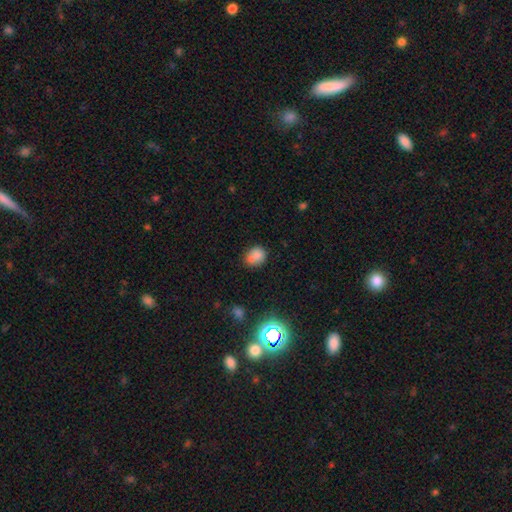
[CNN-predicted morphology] A smooth galaxy with no disk features (78%) that is round (59%).

Vote fractions:
- Smooth or featured? smooth: 78% / star or artifact: 12% / featured or disk: 10%
- How rounded? round: 59% / in between: 40% / cigar-shaped: 1%
- Merging? none: 56% / minor disturbance: 19% / merger: 19% / major disturbance: 5%